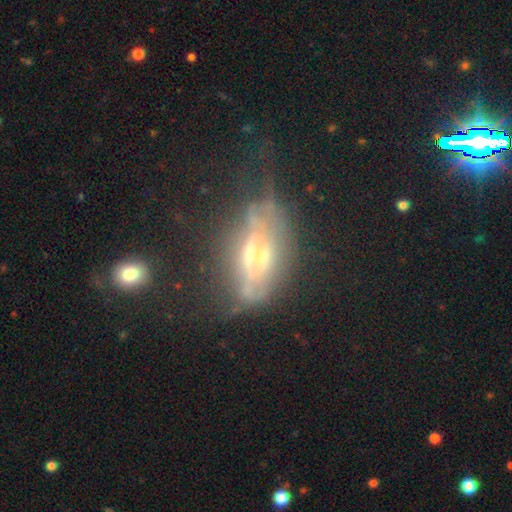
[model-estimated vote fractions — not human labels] Smooth or featured? featured or disk (70%)
Edge-on disk? yes (60%)
Merging? none (43%)